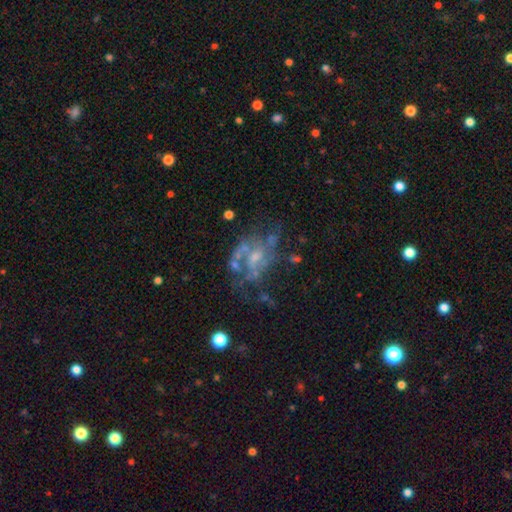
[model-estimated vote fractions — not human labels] Morphology: type=featured or disk (75%); edge-on=no (97%); bar=no (54%); spiral arms=yes (61%); bulge=small (40%); merging=none (42%).